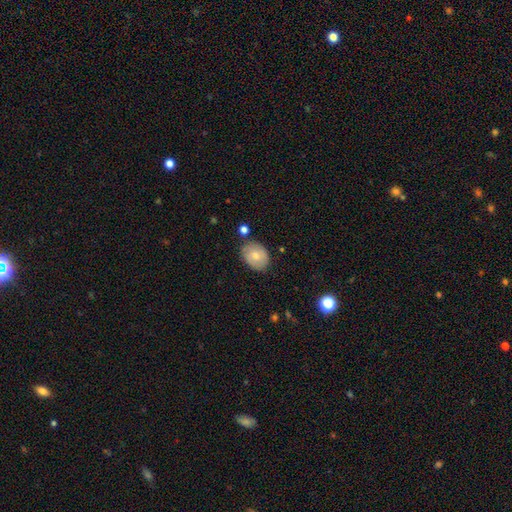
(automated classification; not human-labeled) smooth 73%, featured or disk 20%, star or artifact 7%. Down the decision tree: how rounded — in between (64%); merging — none (77%).